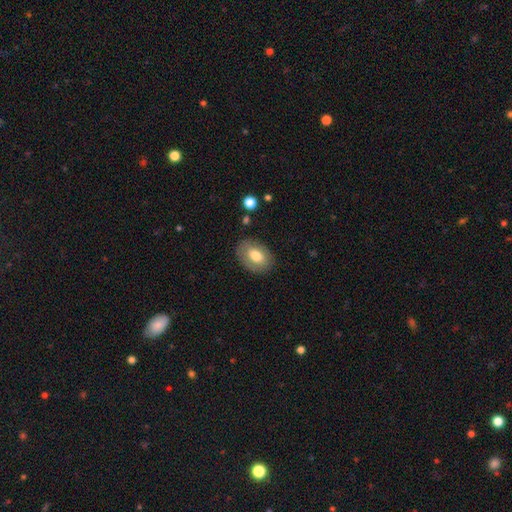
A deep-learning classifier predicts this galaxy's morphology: Smooth or featured? smooth (69%)
How rounded? in between (81%)
Merging? none (82%)